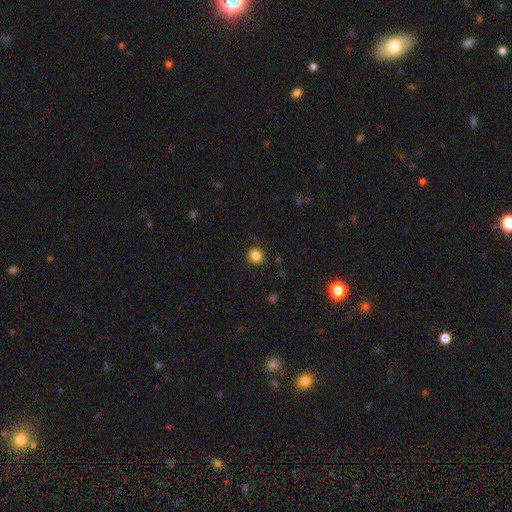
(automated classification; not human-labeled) Morphology: type=smooth (85%); roundness=round (81%); merging=none (90%).